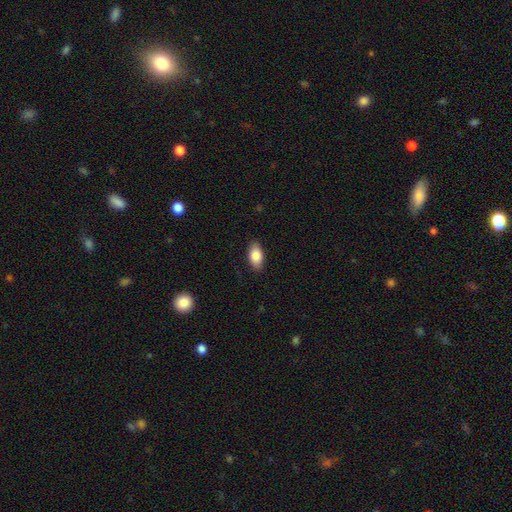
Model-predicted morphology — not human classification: Smooth or featured: smooth — 86% (featured or disk — 7%)
How rounded: in between — 92% (round — 4%)
Merging: none — 88% (minor disturbance — 9%)